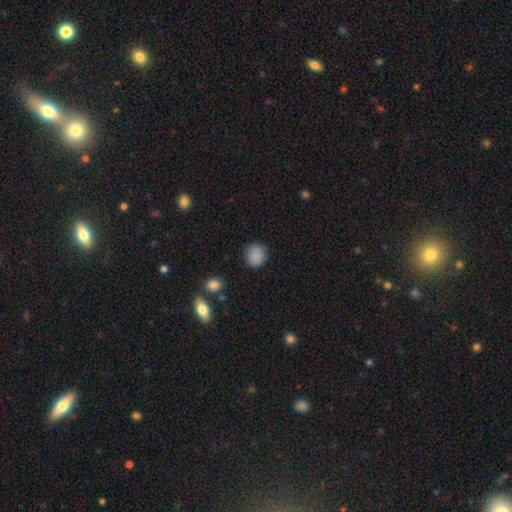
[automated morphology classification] Smooth or featured? smooth (87%)
How rounded? round (82%)
Merging? none (85%)